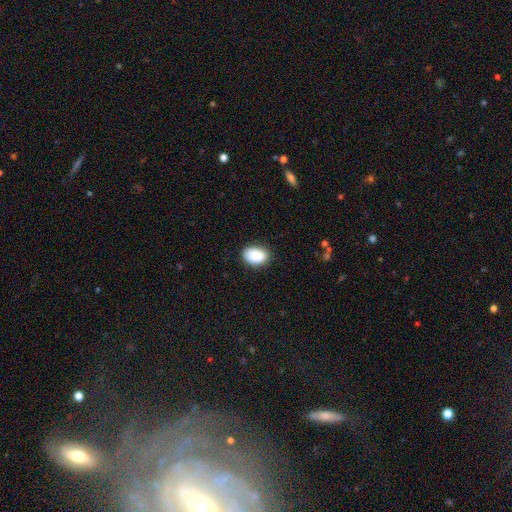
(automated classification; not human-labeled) This appears to be a smooth galaxy with no disk features (88%) that is in between round and cigar-shaped (84%). Merging: none (81%).